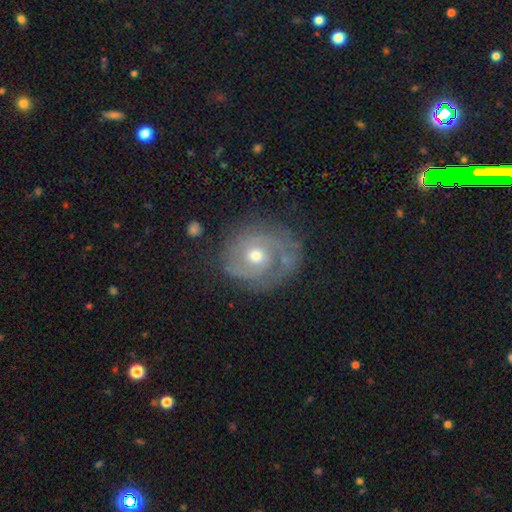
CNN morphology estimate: Overall: featured or disk (67%). Edge-on disk: no (96%). Bar: no (76%). Spiral arms: yes (71%). Bulge size: moderate (73%). Merging: none (63%).